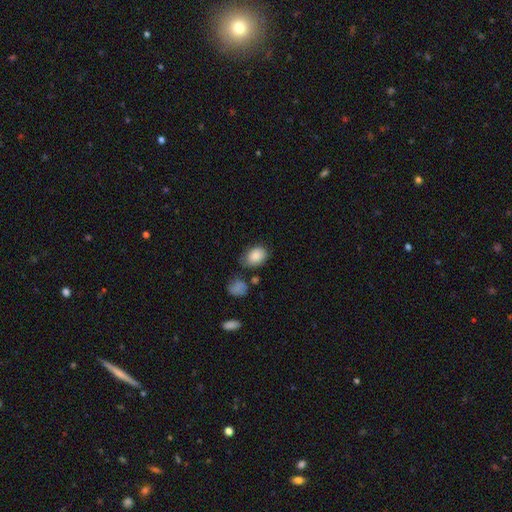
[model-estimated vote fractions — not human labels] Morphology: type=smooth (86%); roundness=in between (77%); merging=none (64%).